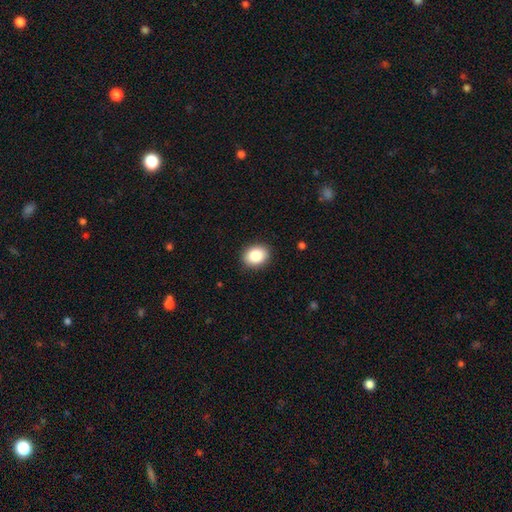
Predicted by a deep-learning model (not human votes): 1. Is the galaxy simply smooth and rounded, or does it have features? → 86% smooth, 8% star or artifact, 6% featured or disk.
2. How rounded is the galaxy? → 53% in between, 46% round, 1% cigar-shaped.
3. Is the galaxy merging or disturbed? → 89% none, 8% minor disturbance, 2% major disturbance, 1% merger.